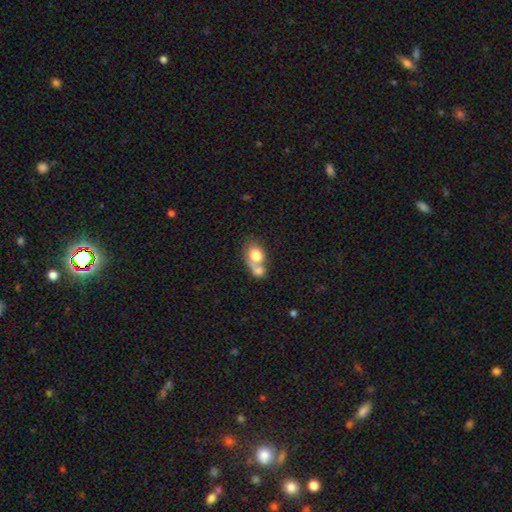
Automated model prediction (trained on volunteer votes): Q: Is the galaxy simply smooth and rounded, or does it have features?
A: smooth — 74%.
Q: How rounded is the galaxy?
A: in between — 59%.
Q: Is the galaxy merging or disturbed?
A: merger — 65%.